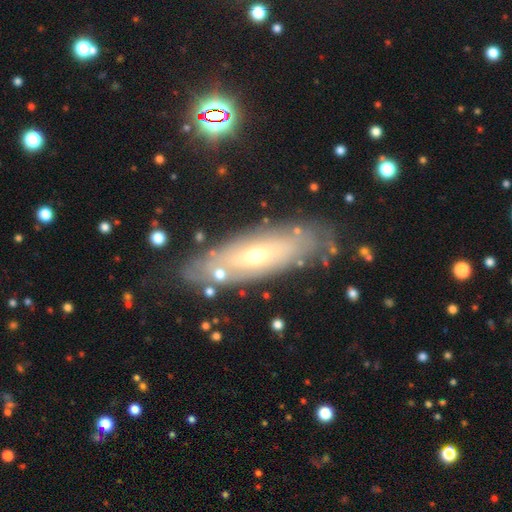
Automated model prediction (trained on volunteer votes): Smooth or featured? Predicted: featured or disk (p=0.65). Edge-on disk? Predicted: no (p=0.70). Merging? Predicted: none (p=0.77).